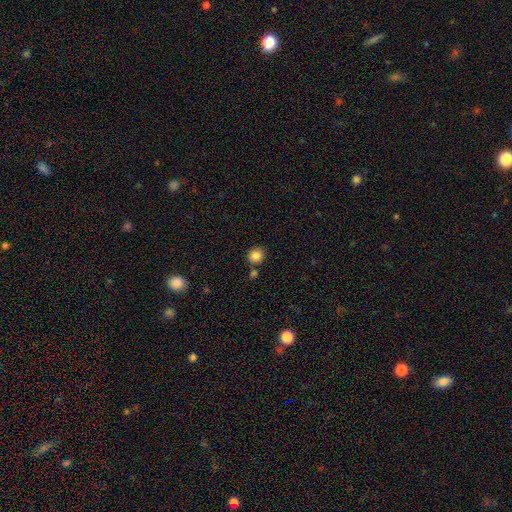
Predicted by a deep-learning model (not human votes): smooth-or-featured: smooth: 86% | star or artifact: 10% | featured or disk: 4%
  how-rounded: round: 85% | in between: 14% | cigar-shaped: 1%
  merging: none: 77% | merger: 10% | minor disturbance: 10% | major disturbance: 3%